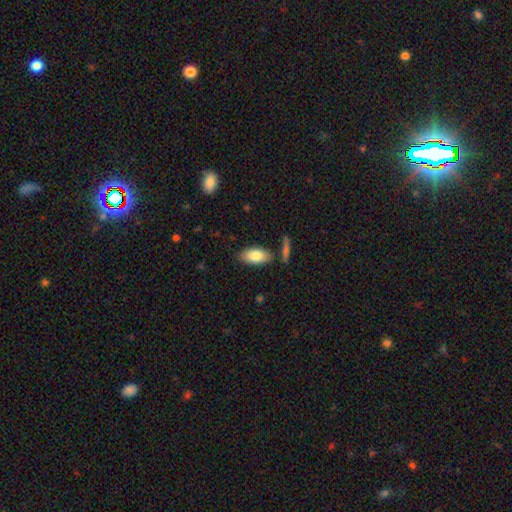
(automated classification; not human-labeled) Q: Smooth or featured?
A: smooth (81%); runner-up: featured or disk (13%)
Q: How rounded?
A: in between (91%); runner-up: cigar-shaped (6%)
Q: Merging?
A: none (79%); runner-up: minor disturbance (13%)